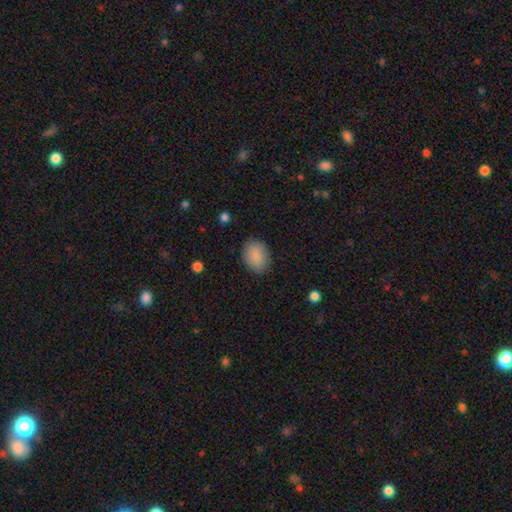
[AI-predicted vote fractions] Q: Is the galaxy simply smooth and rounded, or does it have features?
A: smooth — 86%.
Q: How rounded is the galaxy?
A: in between — 76%.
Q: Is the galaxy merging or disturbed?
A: none — 86%.